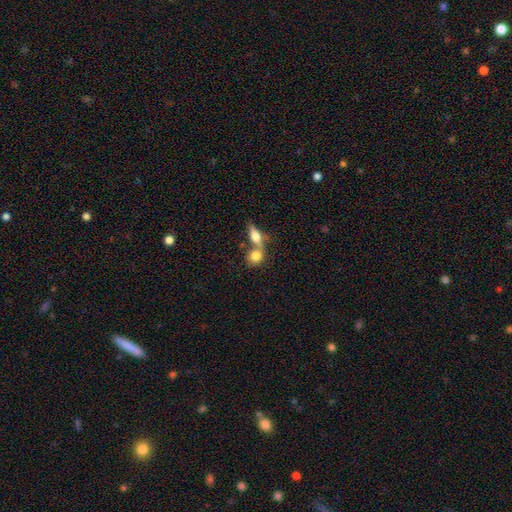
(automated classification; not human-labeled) A smooth galaxy with no disk features (77%) that is round (50%).

Vote fractions:
- Smooth or featured? smooth: 77% / featured or disk: 15% / star or artifact: 8%
- How rounded? round: 50% / in between: 45% / cigar-shaped: 5%
- Merging? merger: 55% / none: 33% / minor disturbance: 8% / major disturbance: 4%